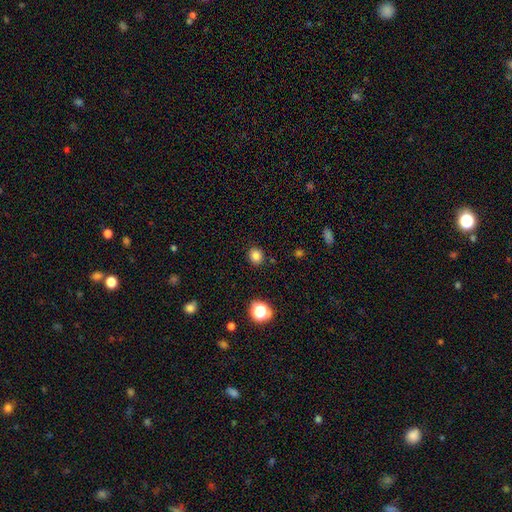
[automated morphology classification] This is clearly a smooth galaxy (82%). How rounded: likely round (78%). Merging: clearly none (89%).